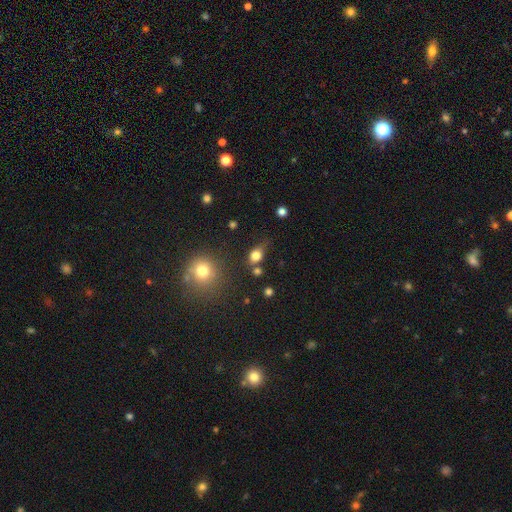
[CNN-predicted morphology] Overall: smooth (79%). How rounded: in between (58%; round 39%). Merging: none (54%; minor disturbance 25%).